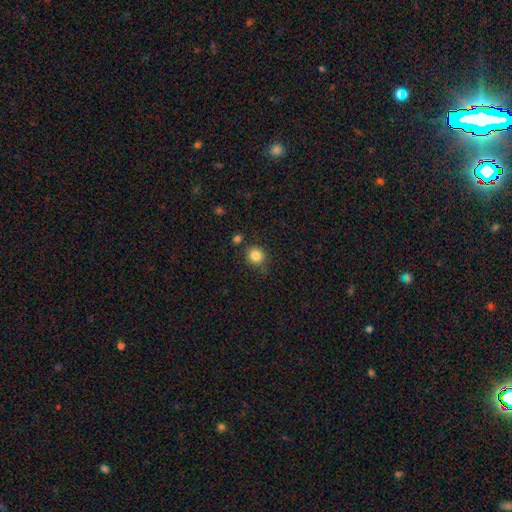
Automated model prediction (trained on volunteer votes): This is clearly a smooth galaxy (84%). How rounded: clearly round (88%). Merging: likely none (78%).